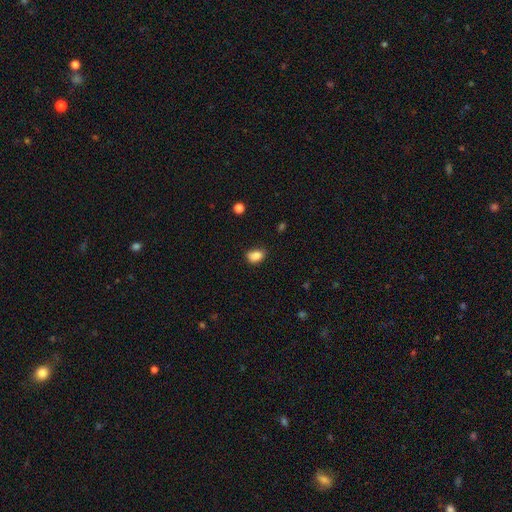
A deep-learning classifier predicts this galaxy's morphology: Smooth or featured?
  - smooth: 86% *
  - star or artifact: 10%
  - featured or disk: 4%
How rounded?
  - in between: 77% *
  - round: 22%
  - cigar-shaped: 1%
Merging?
  - none: 69% *
  - minor disturbance: 24%
  - major disturbance: 5%
  - merger: 2%